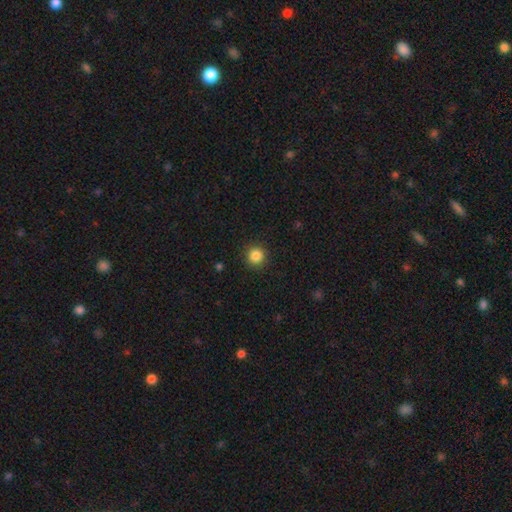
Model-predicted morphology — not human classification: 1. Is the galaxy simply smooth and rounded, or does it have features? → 86% smooth, 11% star or artifact, 4% featured or disk.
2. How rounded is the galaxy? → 94% round, 5% in between, 1% cigar-shaped.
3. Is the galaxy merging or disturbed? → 91% none, 6% minor disturbance, 2% major disturbance, 1% merger.